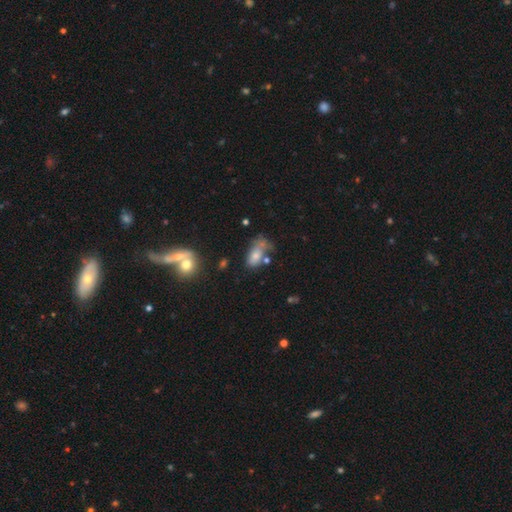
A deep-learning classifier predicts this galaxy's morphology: smooth 68%, featured or disk 19%, star or artifact 13%. Down the decision tree: how rounded — in between (88%); merging — none (34%).